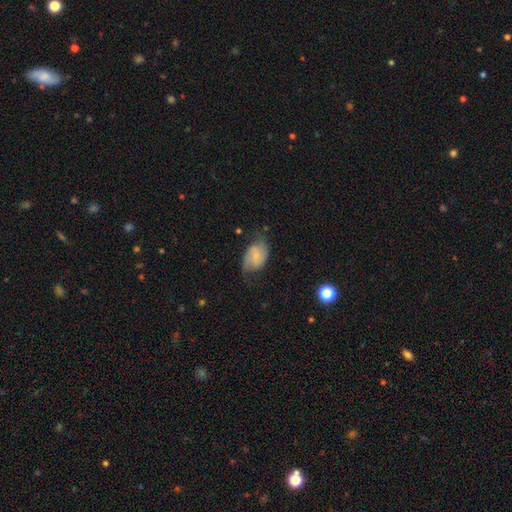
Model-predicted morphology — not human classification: Smooth or featured: smooth — 46% (tied with featured or disk — 46%)
Merging: none — 58% (minor disturbance — 28%)